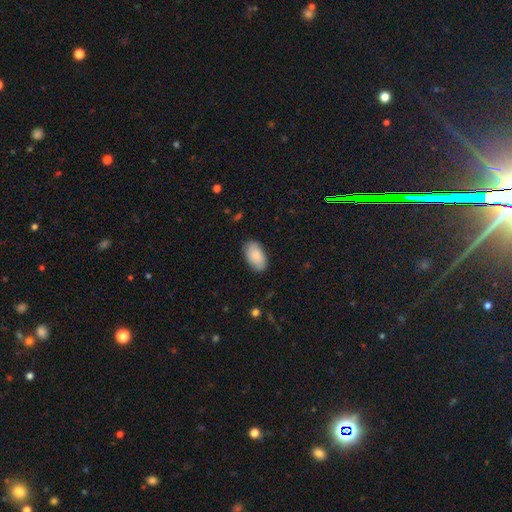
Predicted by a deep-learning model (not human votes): Smooth or featured: smooth — 84% (featured or disk — 10%)
How rounded: in between — 94% (round — 4%)
Merging: none — 84% (minor disturbance — 12%)